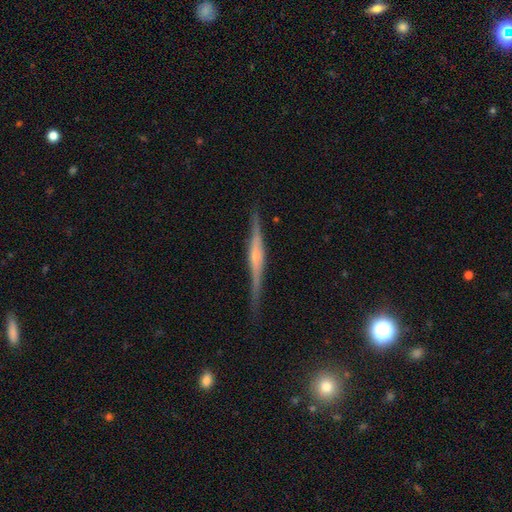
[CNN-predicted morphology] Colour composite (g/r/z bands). It shows a featured or disk galaxy (80%) viewed edge-on (98%) with a rounded central bulge (67%). Merging: none (86%).